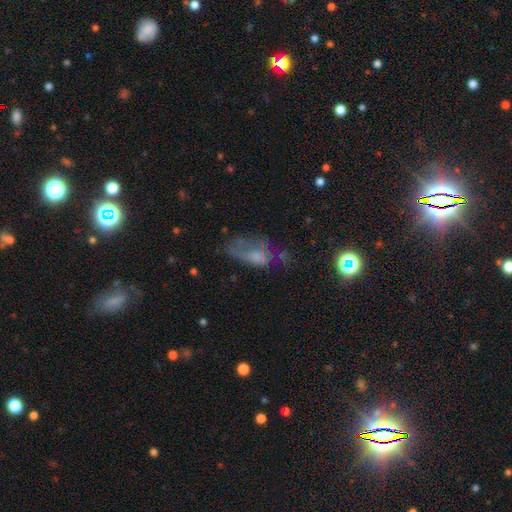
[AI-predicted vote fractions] smooth 45%, featured or disk 37%, star or artifact 19%. Down the decision tree: merging — none (35%).